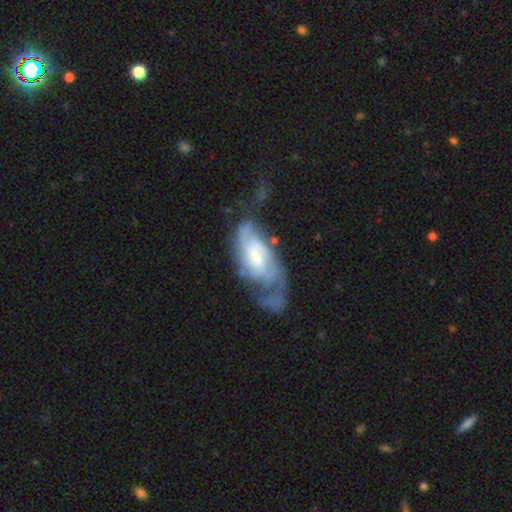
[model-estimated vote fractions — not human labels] Smooth or featured? Predicted: featured or disk (p=0.82). Edge-on disk? Predicted: no (p=0.95). Bar? Predicted: weak (p=0.47). Spiral arms? Predicted: yes (p=0.94). Spiral winding? Predicted: tight (p=0.49). Spiral arm count? Predicted: 2 (p=0.51). Bulge size? Predicted: moderate (p=0.43). Merging? Predicted: none (p=0.39).